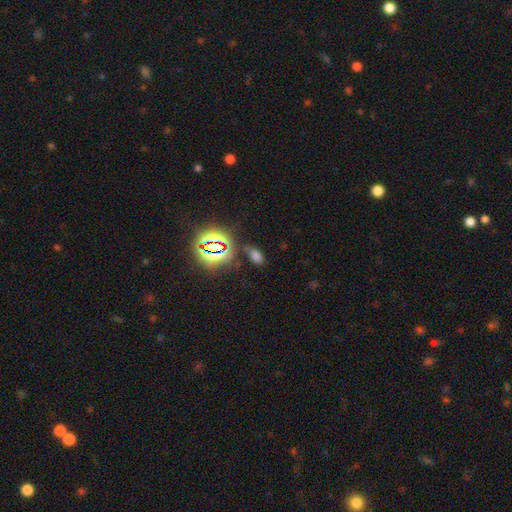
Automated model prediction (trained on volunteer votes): Smooth or featured: smooth — 55% (star or artifact — 37%)
How rounded: in between — 88% (round — 7%)
Merging: none — 71% (minor disturbance — 16%)